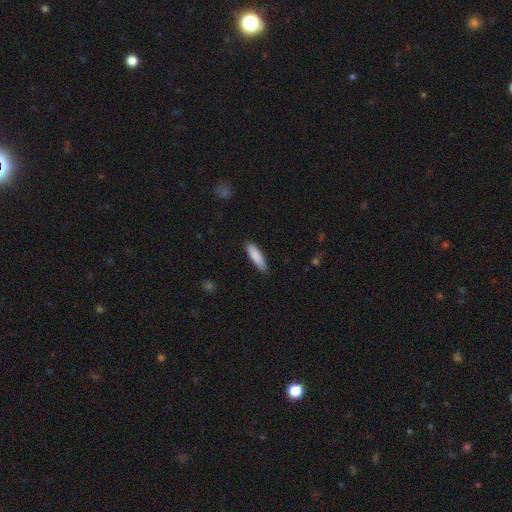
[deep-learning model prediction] Smooth or featured?
  - smooth: 86% *
  - featured or disk: 8%
  - star or artifact: 6%
How rounded?
  - cigar-shaped: 66% *
  - in between: 33%
  - round: 1%
Merging?
  - none: 85% *
  - minor disturbance: 12%
  - major disturbance: 2%
  - merger: 1%